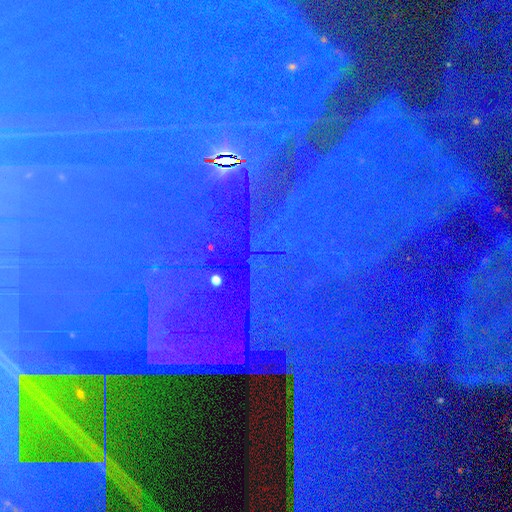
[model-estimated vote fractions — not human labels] A star or artifact, not a galaxy (85%).